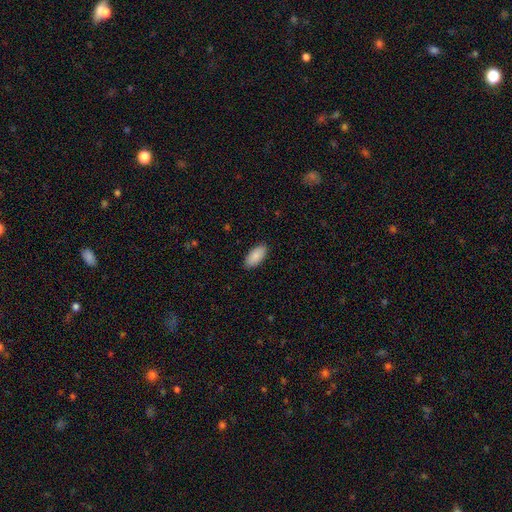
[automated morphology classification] This appears to be a smooth galaxy with no disk features (89%) that is in between round and cigar-shaped (93%). Merging: none (89%).